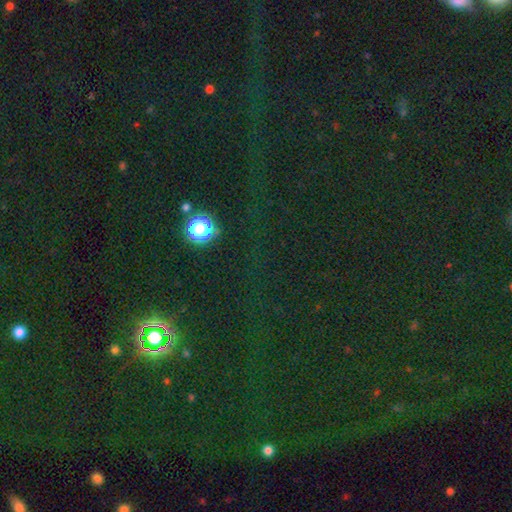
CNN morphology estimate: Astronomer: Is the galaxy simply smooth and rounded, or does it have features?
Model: star or artifact — 80%.